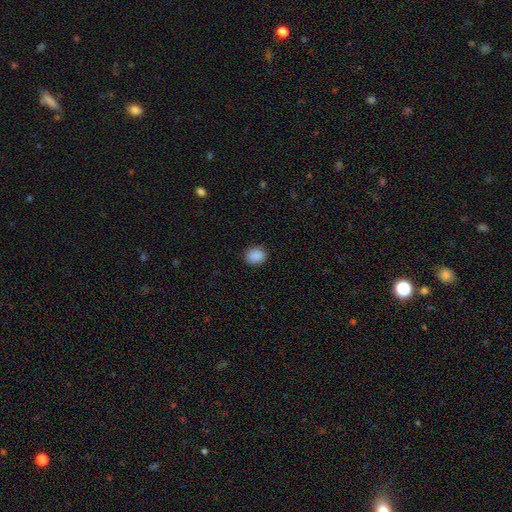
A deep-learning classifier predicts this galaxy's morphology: smooth 89%, star or artifact 8%, featured or disk 3%. Down the decision tree: how rounded — round (66%); merging — none (90%).